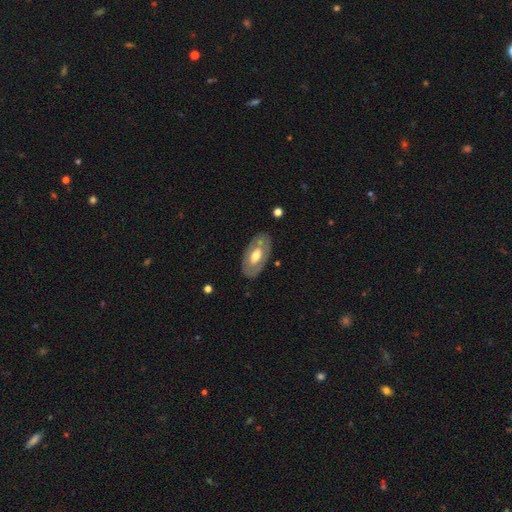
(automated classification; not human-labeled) Q: Smooth or featured?
A: featured or disk (50%); runner-up: smooth (45%)
Q: Merging?
A: none (82%); runner-up: minor disturbance (13%)